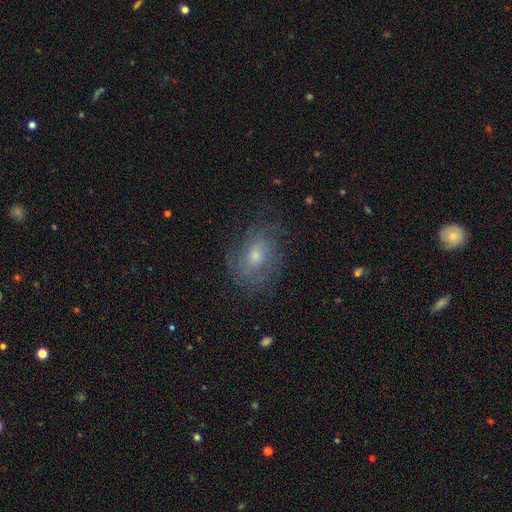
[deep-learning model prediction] A featured or disk galaxy (56%) with no bar (70%), spiral arms (73%) and a small central bulge (50%).

Vote fractions:
- Smooth or featured? featured or disk: 56% / smooth: 34% / star or artifact: 11%
- Edge-on disk? no: 95% / yes: 5%
- Bar? no: 70% / weak: 26% / strong: 4%
- Spiral arms? yes: 73% / no: 27%
- Bulge size? small: 50% / moderate: 43% / large: 3% / none: 3% / dominant: 1%
- Merging? none: 67% / minor disturbance: 20% / major disturbance: 12% / merger: 1%